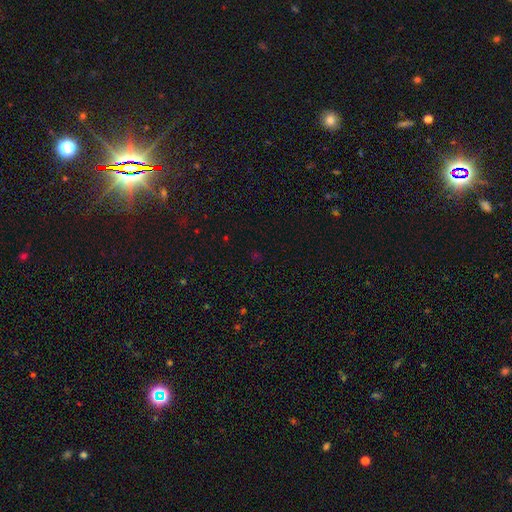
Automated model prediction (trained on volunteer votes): star or artifact 63%, smooth 31%, featured or disk 7%.